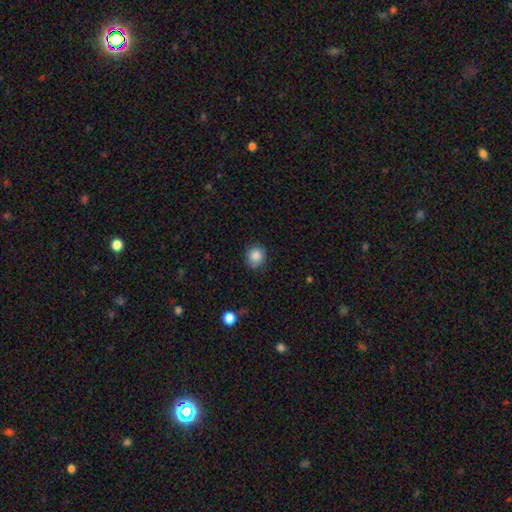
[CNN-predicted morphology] The model was most divided on "merging": none: 81%, minor disturbance: 15%, major disturbance: 3%, merger: 1%. More confident: smooth or featured — smooth (86%); how rounded — round (85%).